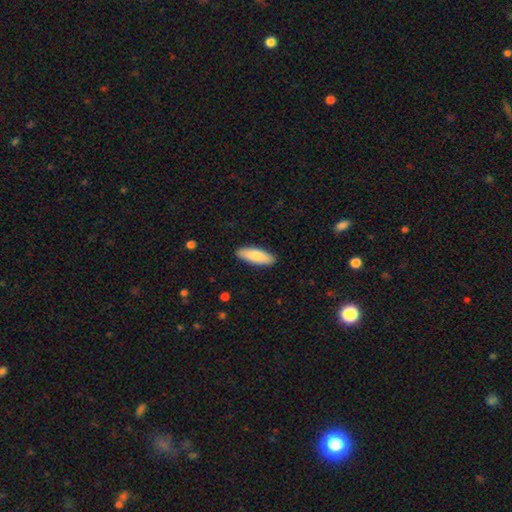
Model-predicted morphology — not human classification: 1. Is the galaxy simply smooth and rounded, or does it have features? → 85% smooth, 10% featured or disk, 5% star or artifact.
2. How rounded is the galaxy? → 61% in between, 38% cigar-shaped, 2% round.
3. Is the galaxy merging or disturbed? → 90% none, 8% minor disturbance, 2% major disturbance, 1% merger.